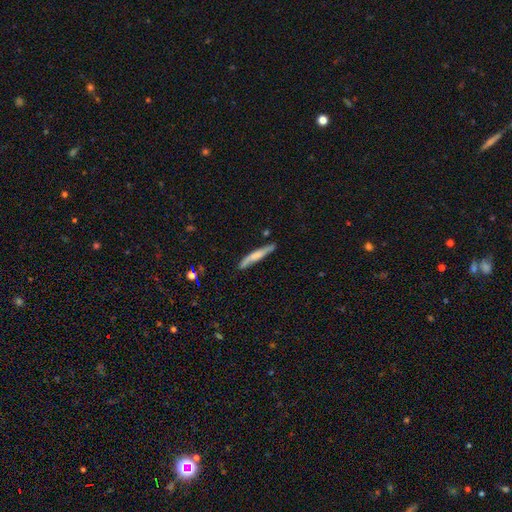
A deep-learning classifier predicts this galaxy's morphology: A smooth galaxy with no disk features (54%) that is cigar-shaped (93%).

Vote fractions:
- Smooth or featured? smooth: 54% / featured or disk: 40% / star or artifact: 6%
- How rounded? cigar-shaped: 93% / in between: 6% / round: 1%
- Merging? none: 77% / minor disturbance: 17% / major disturbance: 3% / merger: 2%